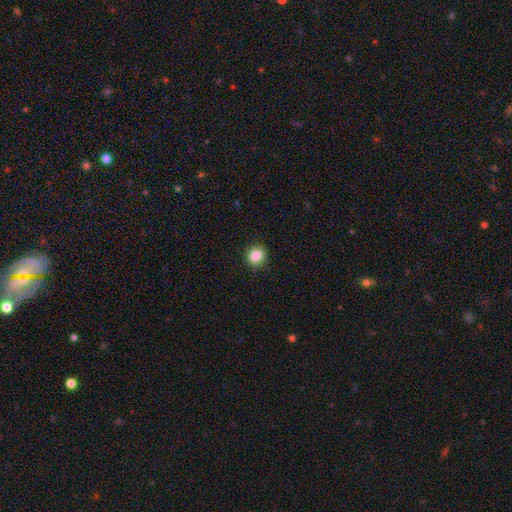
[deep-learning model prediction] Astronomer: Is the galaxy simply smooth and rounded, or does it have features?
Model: smooth — 87%.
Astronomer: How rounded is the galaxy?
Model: round — 85%.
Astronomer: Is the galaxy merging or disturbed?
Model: none — 91%.